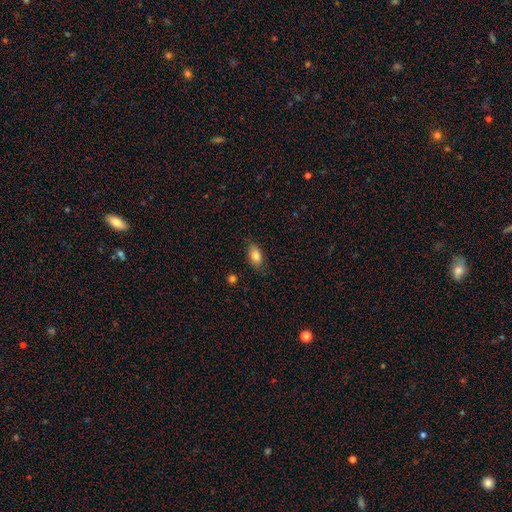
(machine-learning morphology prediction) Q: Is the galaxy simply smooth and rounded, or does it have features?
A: smooth — 82%.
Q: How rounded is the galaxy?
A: in between — 89%.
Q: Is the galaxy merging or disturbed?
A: none — 82%.